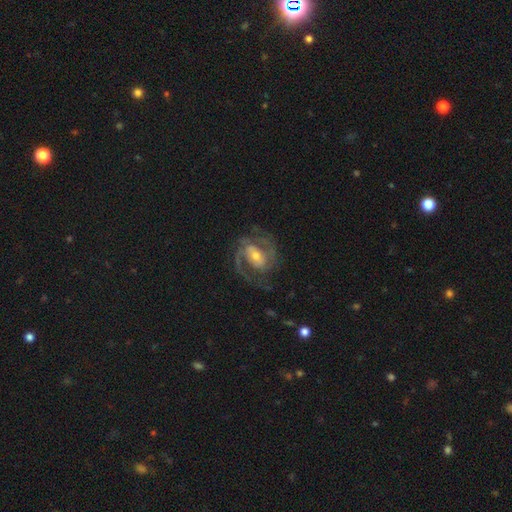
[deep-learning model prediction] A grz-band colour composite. It shows a featured or disk galaxy (88%) with a weak bar (44%), 2 (70%) medium (52%) spiral arms (96%) and a moderate central bulge (53%). Merging: none (70%).